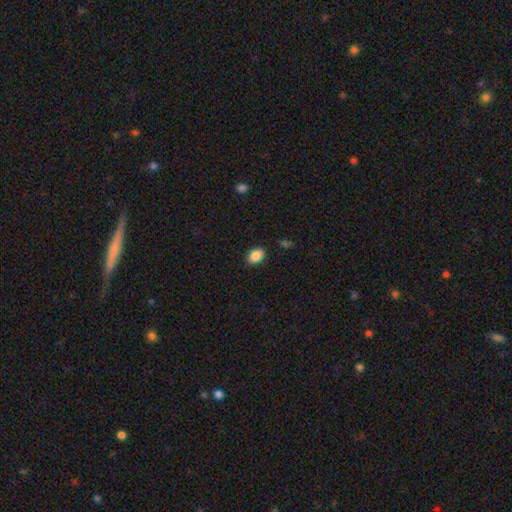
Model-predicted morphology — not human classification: Q: Smooth or featured?
A: smooth (88%); runner-up: star or artifact (8%)
Q: How rounded?
A: in between (76%); runner-up: round (23%)
Q: Merging?
A: none (89%); runner-up: minor disturbance (8%)